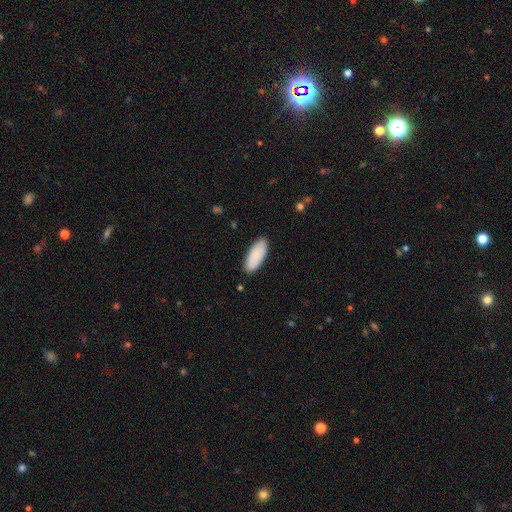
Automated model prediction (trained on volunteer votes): A smooth galaxy with no disk features (88%) that is in between round and cigar-shaped (78%). Merging: none (87%).